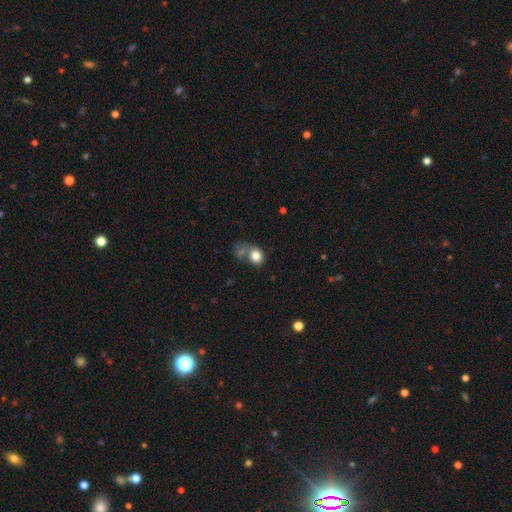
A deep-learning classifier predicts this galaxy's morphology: This appears to be a smooth galaxy with no disk features (80%) that is round (62%). Merging: none (38%).